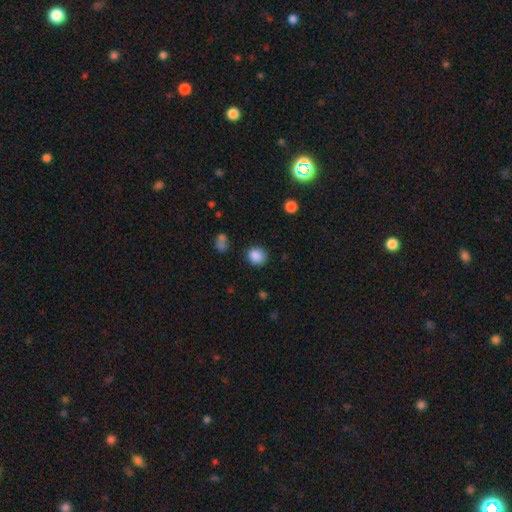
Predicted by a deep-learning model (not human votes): Morphology: type=smooth (87%); roundness=round (84%); merging=none (85%).